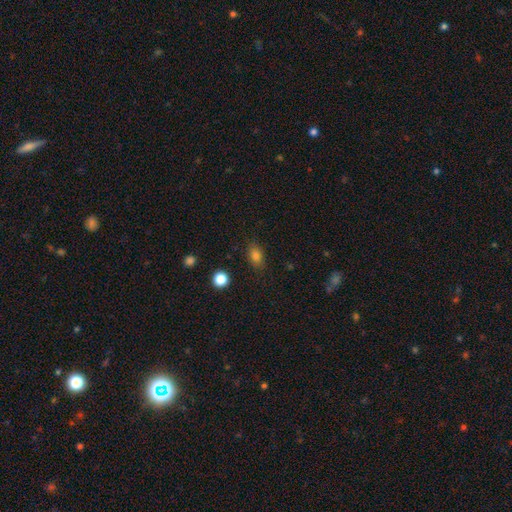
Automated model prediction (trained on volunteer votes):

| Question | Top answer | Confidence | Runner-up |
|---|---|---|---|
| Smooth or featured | smooth | 82% | star or artifact (12%) |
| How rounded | in between | 76% | round (22%) |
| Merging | none | 84% | minor disturbance (12%) |